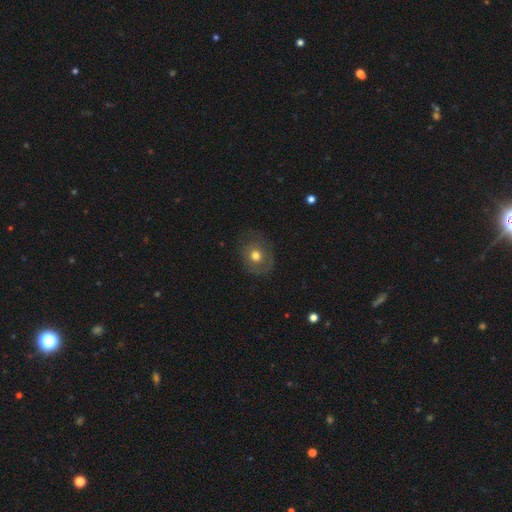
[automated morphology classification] type=smooth (60%); roundness=round (71%); merging=none (71%).